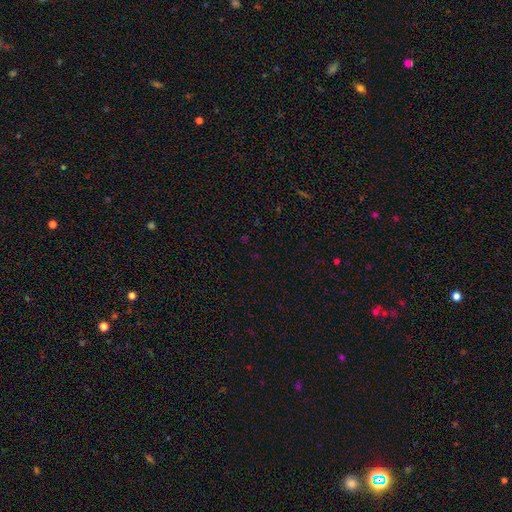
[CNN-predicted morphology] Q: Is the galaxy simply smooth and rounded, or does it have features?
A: star or artifact — 66%.